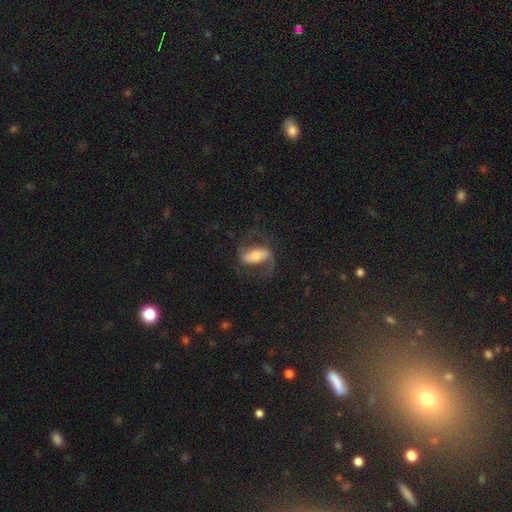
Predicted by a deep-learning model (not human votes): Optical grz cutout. It shows a featured or disk galaxy (79%) with a strong bar (51%), 2 (91%) medium (47%) spiral arms (92%) and a moderate central bulge (55%). Merging: none (71%).